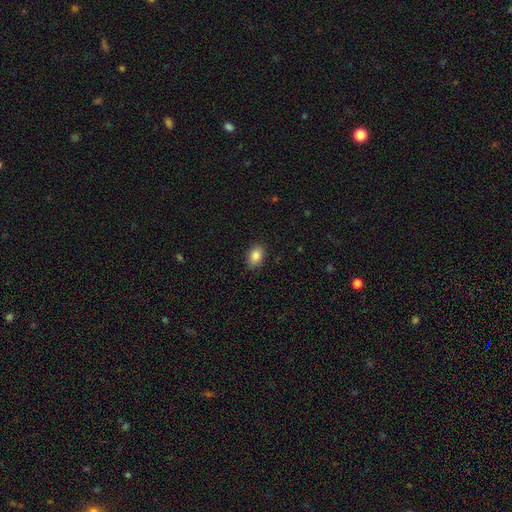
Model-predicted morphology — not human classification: Smooth or featured?
  - smooth: 87% *
  - star or artifact: 8%
  - featured or disk: 5%
How rounded?
  - in between: 84% *
  - round: 15%
  - cigar-shaped: 1%
Merging?
  - none: 87% *
  - minor disturbance: 10%
  - major disturbance: 2%
  - merger: 1%